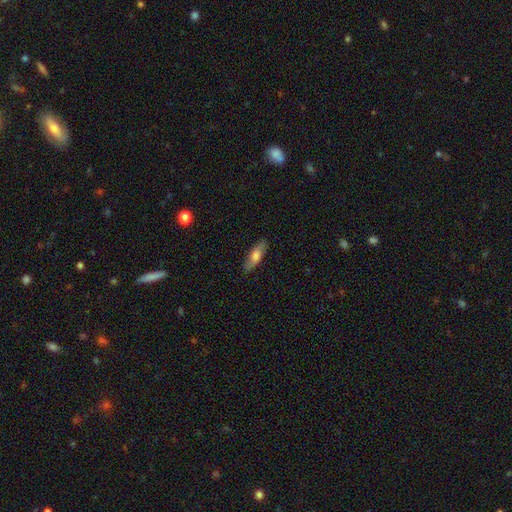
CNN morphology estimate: A smooth galaxy with no disk features (68%) that is in between round and cigar-shaped (53%).

Vote fractions:
- Smooth or featured? smooth: 68% / featured or disk: 26% / star or artifact: 6%
- How rounded? in between: 53% / cigar-shaped: 44% / round: 2%
- Merging? none: 86% / minor disturbance: 11% / major disturbance: 2% / merger: 1%